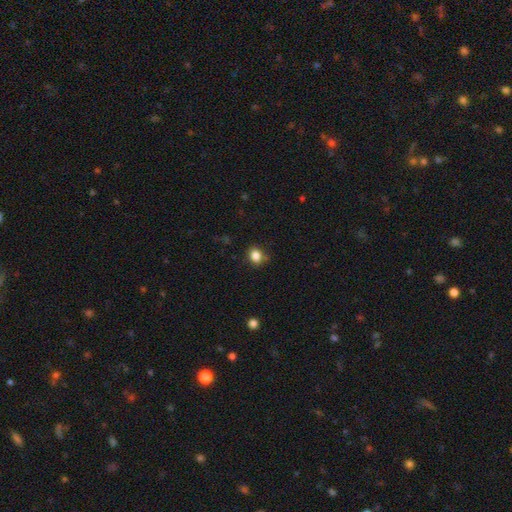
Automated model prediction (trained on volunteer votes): smooth 84%, star or artifact 11%, featured or disk 5%. Down the decision tree: how rounded — round (63%); merging — none (81%).